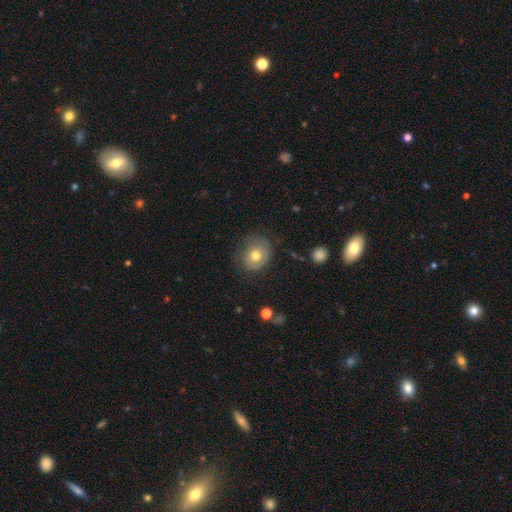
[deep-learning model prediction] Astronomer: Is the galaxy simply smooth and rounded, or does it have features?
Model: smooth — 69%.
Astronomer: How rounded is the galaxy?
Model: round — 63%.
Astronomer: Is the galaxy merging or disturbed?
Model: none — 64%.